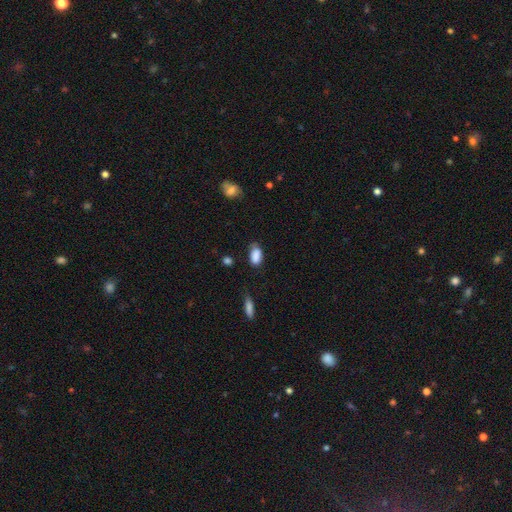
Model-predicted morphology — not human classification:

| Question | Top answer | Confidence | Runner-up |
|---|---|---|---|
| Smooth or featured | smooth | 87% | star or artifact (8%) |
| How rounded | in between | 91% | round (5%) |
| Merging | none | 63% | minor disturbance (28%) |